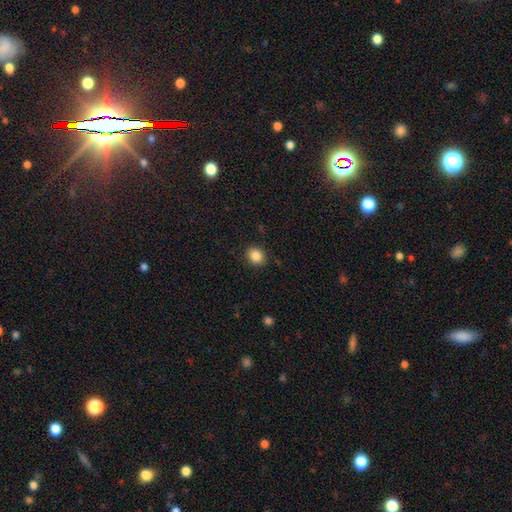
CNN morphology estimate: type=smooth (86%); roundness=round (65%); merging=none (89%).